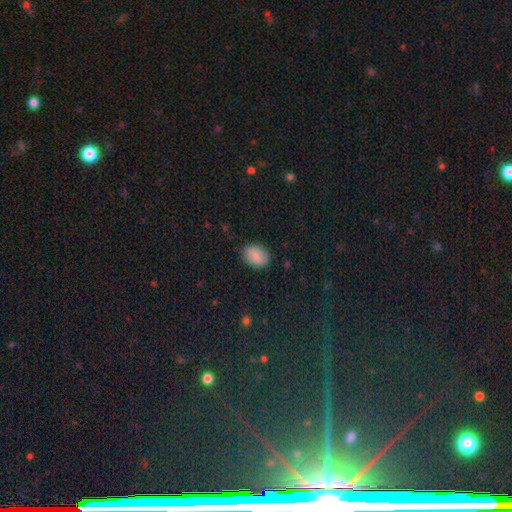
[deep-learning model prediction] Morphology: type=smooth (85%); roundness=in between (74%); merging=none (85%).